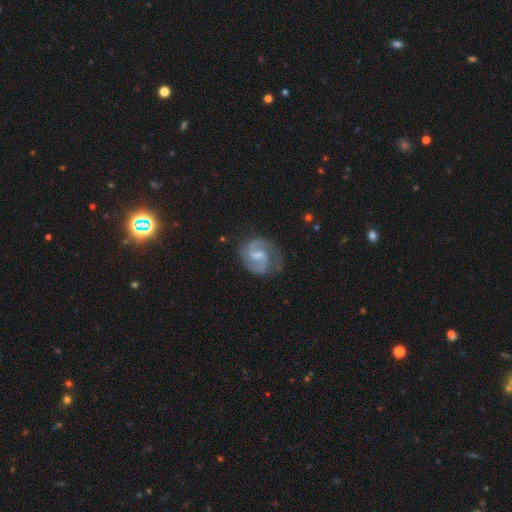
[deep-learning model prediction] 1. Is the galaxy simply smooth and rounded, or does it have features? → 87% featured or disk, 7% smooth, 6% star or artifact.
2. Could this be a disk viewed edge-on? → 98% no, 2% yes.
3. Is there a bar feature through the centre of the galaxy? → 60% weak, 25% no, 16% strong.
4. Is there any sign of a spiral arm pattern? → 97% yes, 3% no.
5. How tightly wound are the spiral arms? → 55% medium, 32% tight, 13% loose.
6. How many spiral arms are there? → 90% 2, 4% can't tell, 2% 1, 2% 3, 1% 4, 1% more than 4.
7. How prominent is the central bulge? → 42% moderate, 40% small, 13% none, 3% large, 1% dominant.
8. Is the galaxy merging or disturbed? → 78% none, 16% minor disturbance, 5% major disturbance, 1% merger.